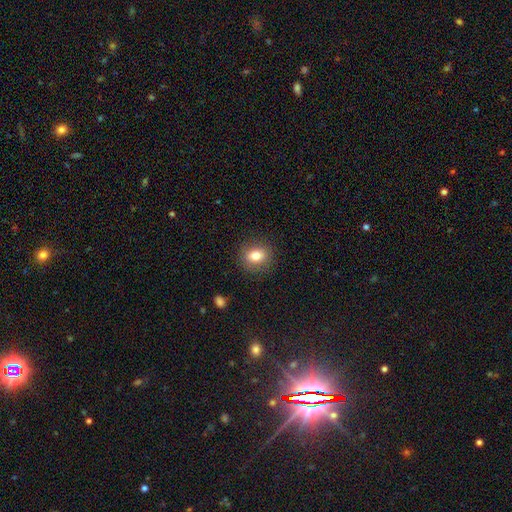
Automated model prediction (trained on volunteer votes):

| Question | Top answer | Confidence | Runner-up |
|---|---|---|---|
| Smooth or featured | smooth | 80% | star or artifact (10%) |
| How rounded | round | 65% | in between (34%) |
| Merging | none | 88% | minor disturbance (8%) |